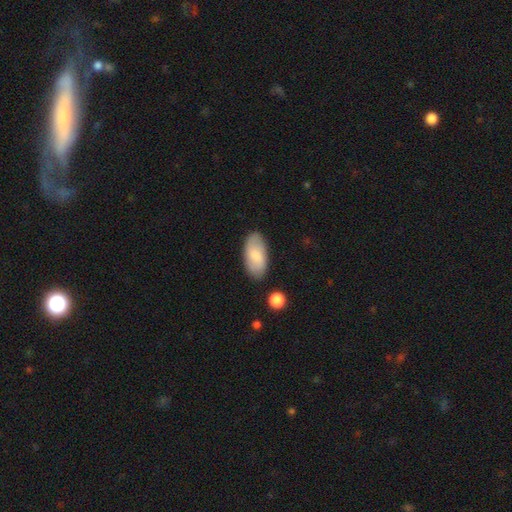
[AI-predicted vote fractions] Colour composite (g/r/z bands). It shows a smooth galaxy with no disk features (78%) that is in between round and cigar-shaped (95%). Merging: none (83%).